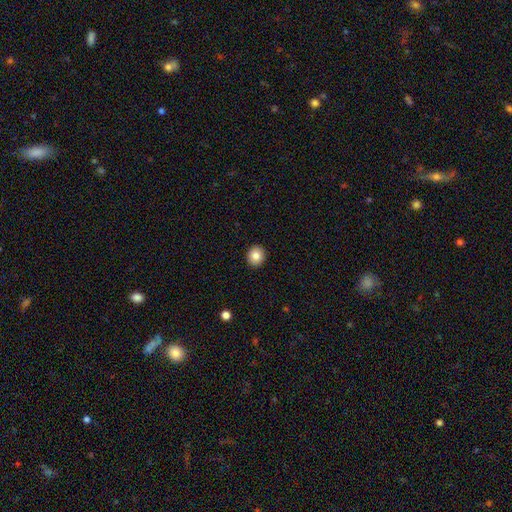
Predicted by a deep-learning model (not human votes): The model was most divided on "how rounded": round: 83%, in between: 16%, cigar-shaped: 1%. More confident: merging — none (93%); smooth or featured — smooth (84%).